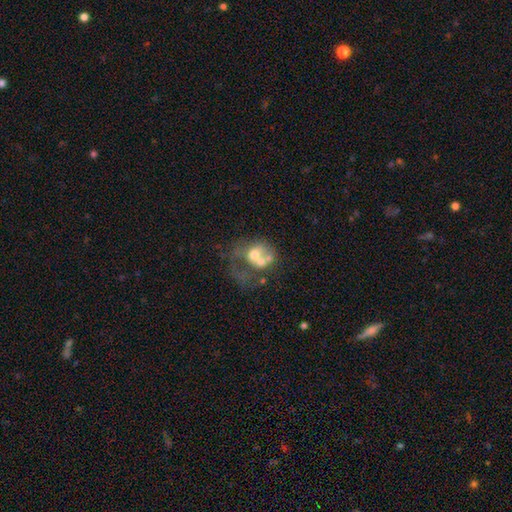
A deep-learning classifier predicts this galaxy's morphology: A featured or disk galaxy (49%).

Vote fractions:
- Smooth or featured? featured or disk: 49% / smooth: 40% / star or artifact: 11%
- Merging? merger: 48% / major disturbance: 24% / none: 18% / minor disturbance: 10%